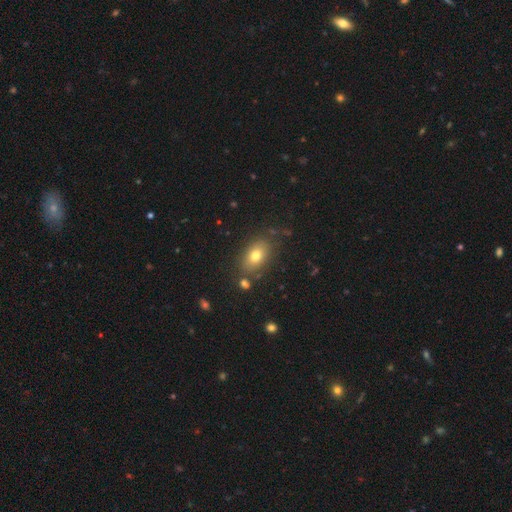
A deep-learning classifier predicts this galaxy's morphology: smooth-or-featured: smooth: 76% | featured or disk: 14% | star or artifact: 10%
  how-rounded: in between: 82% | round: 16% | cigar-shaped: 2%
  merging: none: 79% | minor disturbance: 12% | merger: 4% | major disturbance: 4%